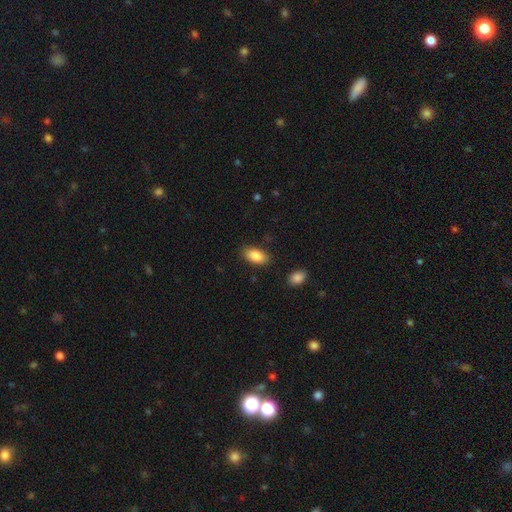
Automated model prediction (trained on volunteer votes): smooth-or-featured: smooth: 87% | star or artifact: 7% | featured or disk: 6%
  how-rounded: in between: 93% | round: 4% | cigar-shaped: 4%
  merging: none: 85% | minor disturbance: 11% | major disturbance: 3% | merger: 2%